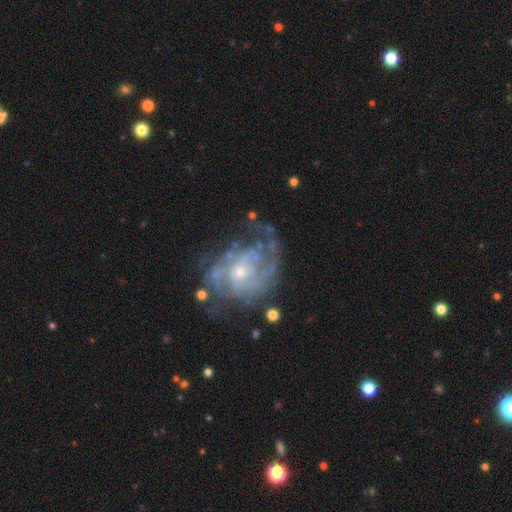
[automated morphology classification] A featured or disk galaxy (85%) with no bar (72%), tight (47%) spiral arms (89%) and a small central bulge (65%).

Vote fractions:
- Smooth or featured? featured or disk: 85% / smooth: 9% / star or artifact: 6%
- Edge-on disk? no: 97% / yes: 3%
- Bar? no: 72% / weak: 24% / strong: 4%
- Spiral arms? yes: 89% / no: 11%
- Spiral winding? tight: 47% / medium: 38% / loose: 15%
- Spiral arm count? can't tell: 35% / 2: 32% / 3: 14% / 1: 7% / 4: 7% / more than 4: 5%
- Bulge size? small: 65% / moderate: 30% / none: 2% / large: 2% / dominant: 1%
- Merging? none: 56% / minor disturbance: 21% / major disturbance: 20% / merger: 3%